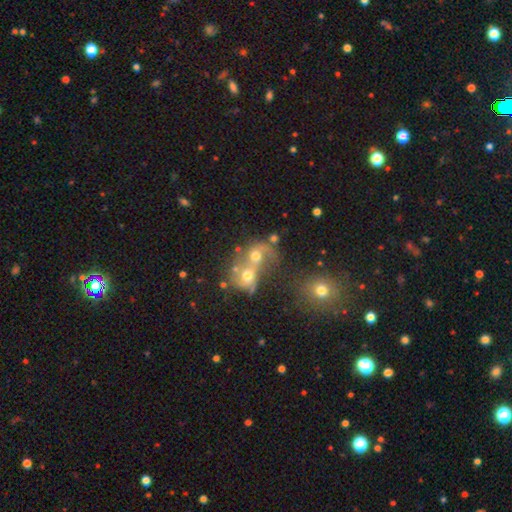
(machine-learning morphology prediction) The model was most divided on "smooth or featured": smooth: 44%, featured or disk: 41%, star or artifact: 15%. More confident: merging — merger (77%).